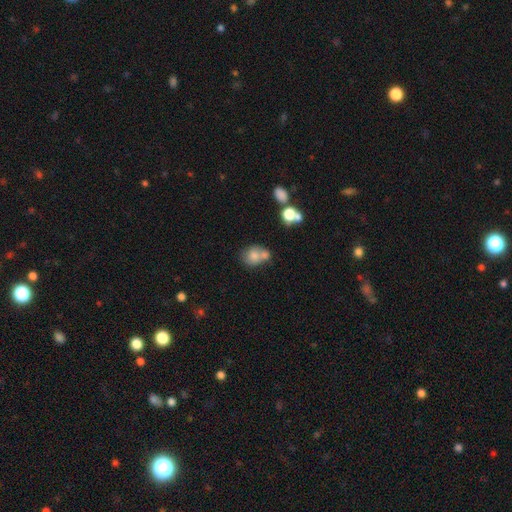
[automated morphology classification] type=smooth (73%); roundness=round (58%); merging=merger (45%).